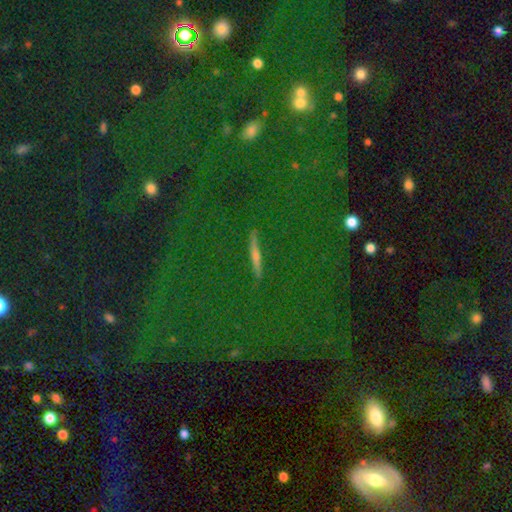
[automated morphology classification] This appears to be a featured or disk galaxy (37%). Merging: none (88%).